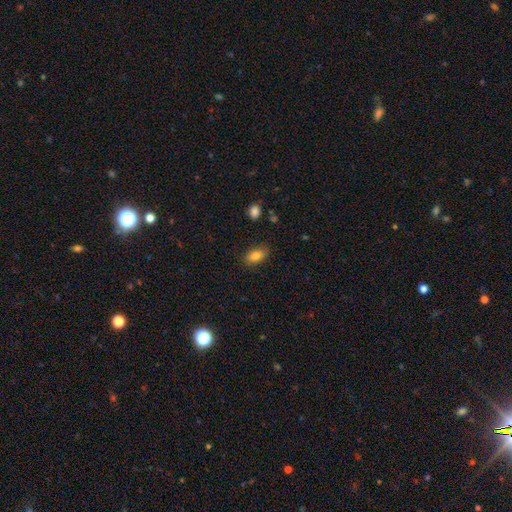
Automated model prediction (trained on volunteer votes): Smooth or featured? Predicted: smooth (p=0.80). How rounded? Predicted: in between (p=0.88). Merging? Predicted: none (p=0.81).